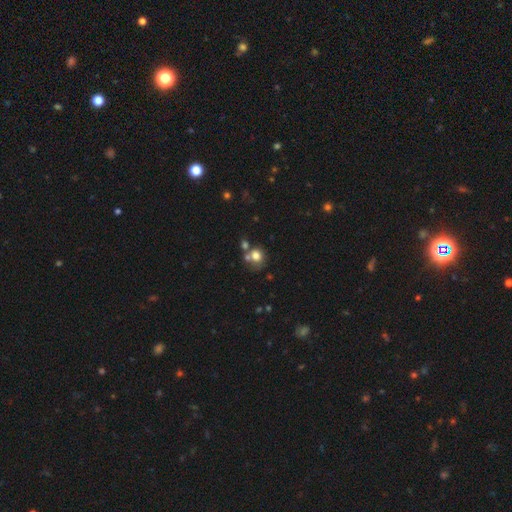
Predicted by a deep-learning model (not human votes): Overall: smooth (74%). How rounded: round (77%). Merging: none (47%; merger 33%).